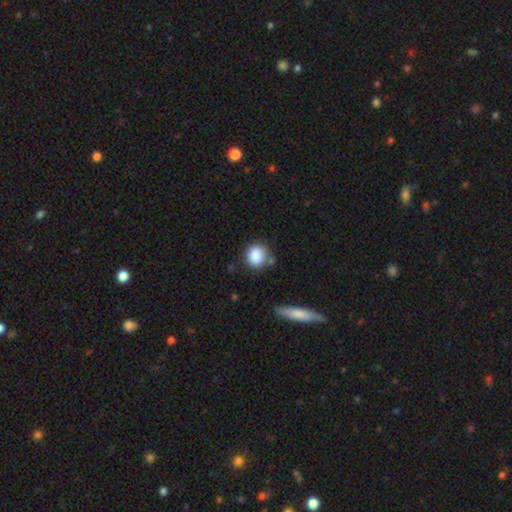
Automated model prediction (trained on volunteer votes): Smooth or featured?
  - smooth: 85% *
  - star or artifact: 9%
  - featured or disk: 6%
How rounded?
  - round: 77% *
  - in between: 22%
  - cigar-shaped: 2%
Merging?
  - none: 65% *
  - minor disturbance: 19%
  - merger: 11%
  - major disturbance: 5%